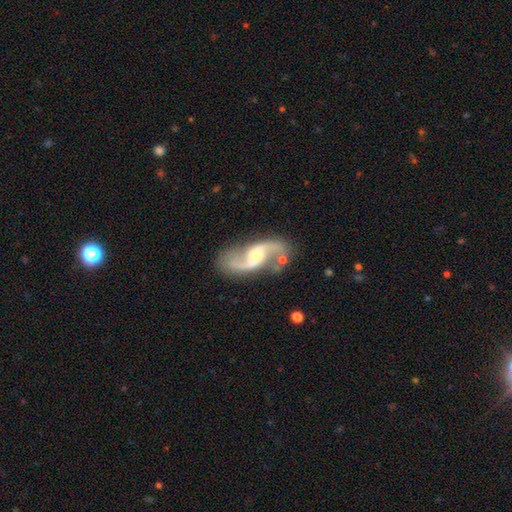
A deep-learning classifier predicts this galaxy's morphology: Smooth or featured? featured or disk (90%)
Edge-on disk? no (97%)
Bar? weak (44%)
Spiral arms? yes (97%)
Spiral winding? loose (71%)
Spiral arm count? 2 (94%)
Bulge size? small (43%)
Merging? none (75%)